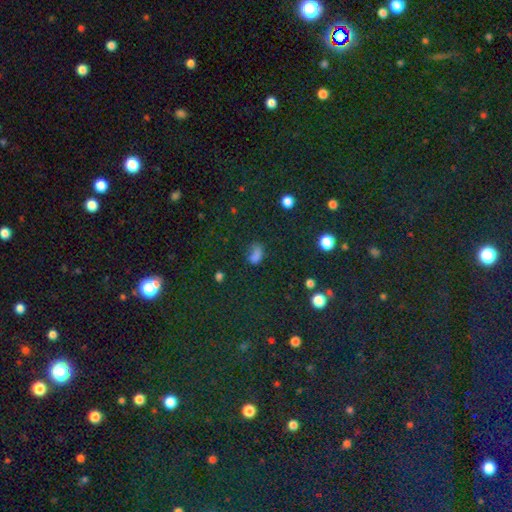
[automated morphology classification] Smooth or featured? Predicted: smooth (p=0.62). How rounded? Predicted: in between (p=0.69). Merging? Predicted: none (p=0.43).